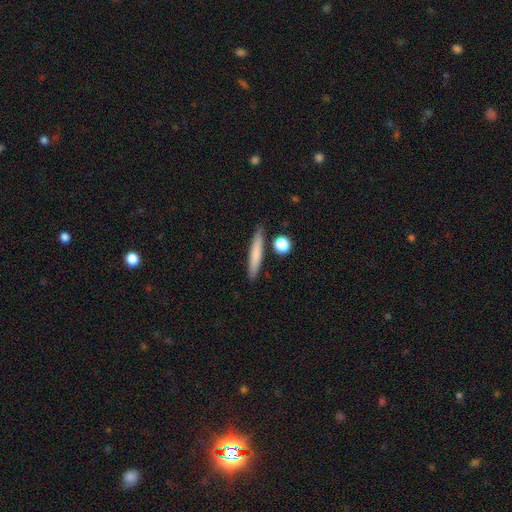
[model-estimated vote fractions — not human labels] smooth 74%, featured or disk 20%, star or artifact 6%. Down the decision tree: how rounded — cigar-shaped (90%); merging — none (83%).